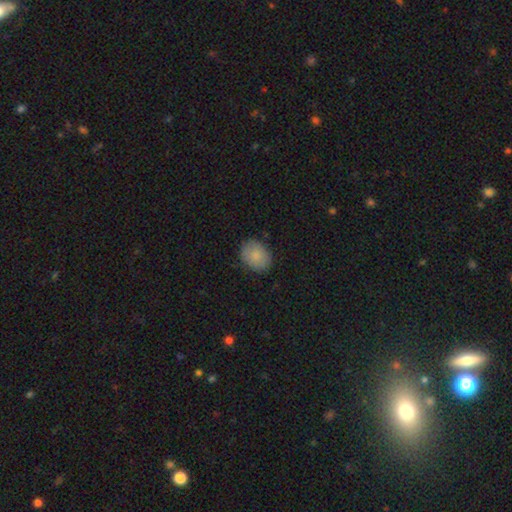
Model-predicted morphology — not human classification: The model was most divided on "how rounded": in between: 59%, round: 40%, cigar-shaped: 1%. More confident: smooth or featured — smooth (85%); merging — none (84%).